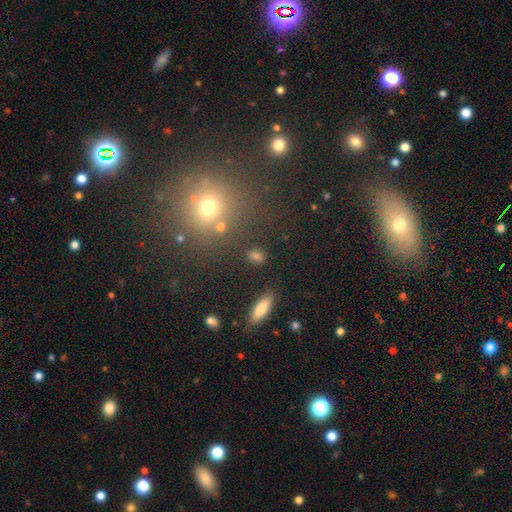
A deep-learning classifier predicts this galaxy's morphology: smooth 68%, star or artifact 22%, featured or disk 10%. Down the decision tree: how rounded — in between (52%); merging — none (82%).